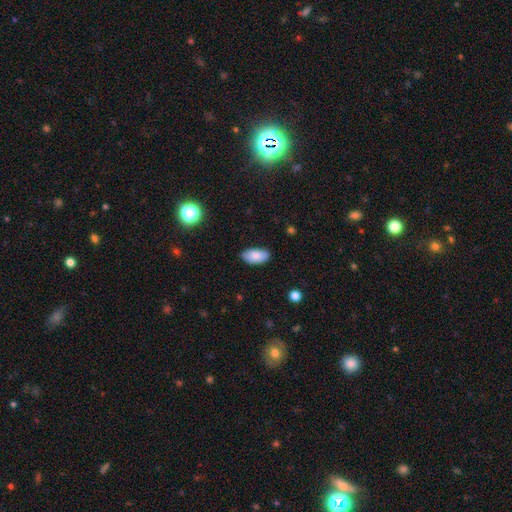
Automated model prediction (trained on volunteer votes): smooth-or-featured: smooth: 84% | featured or disk: 9% | star or artifact: 7%
  how-rounded: in between: 94% | cigar-shaped: 3% | round: 3%
  merging: none: 81% | minor disturbance: 15% | major disturbance: 2% | merger: 1%